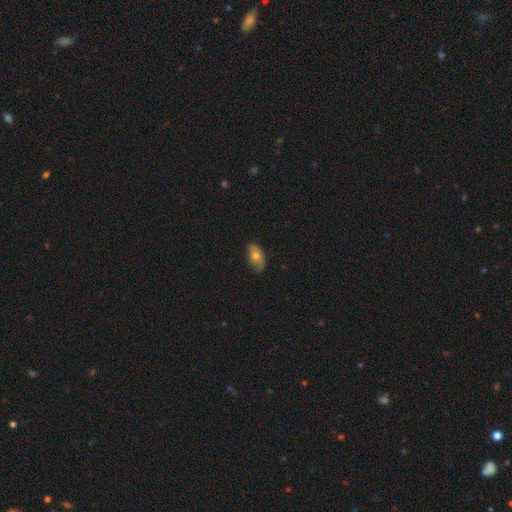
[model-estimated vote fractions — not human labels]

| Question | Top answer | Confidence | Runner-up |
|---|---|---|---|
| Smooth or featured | smooth | 68% | featured or disk (25%) |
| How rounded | in between | 91% | round (6%) |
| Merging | none | 75% | minor disturbance (21%) |